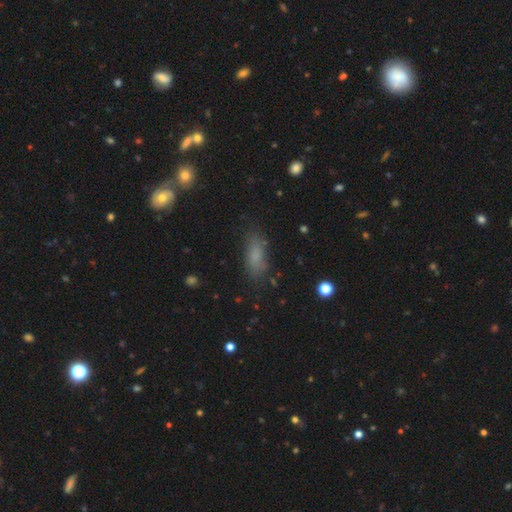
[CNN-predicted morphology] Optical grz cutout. It shows a smooth galaxy with no disk features (74%) that is in between round and cigar-shaped (69%). Merging: none (72%).